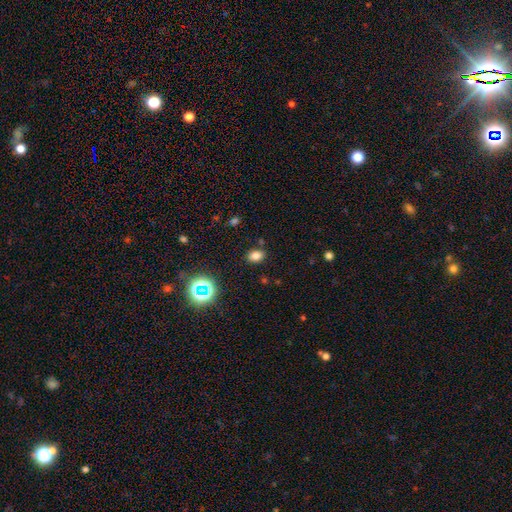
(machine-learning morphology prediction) A smooth galaxy with no disk features (76%) that is in between round and cigar-shaped (71%). Merging: none (85%).